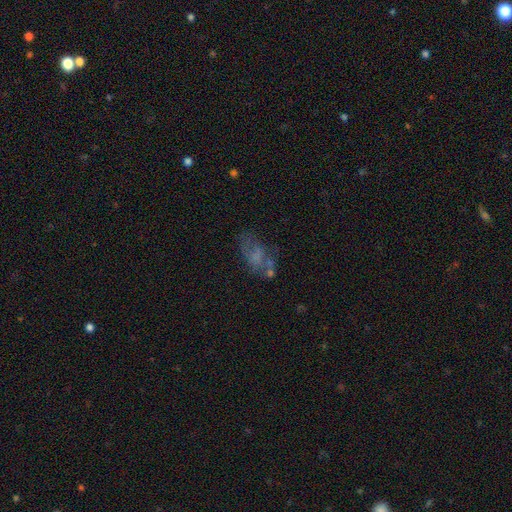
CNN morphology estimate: This is marginally a smooth galaxy (44%). Merging: marginally none (41%).